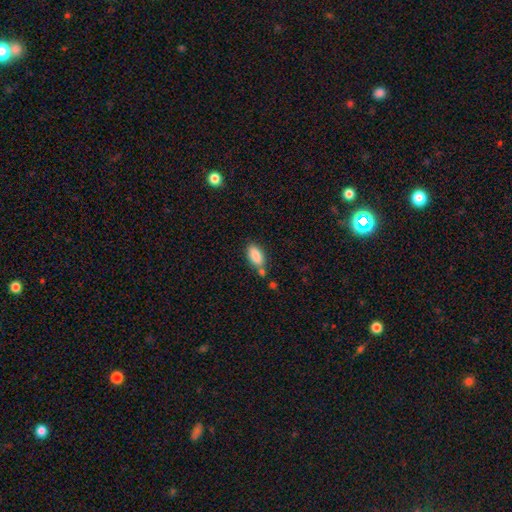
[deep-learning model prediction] Smooth or featured?
  - smooth: 87% *
  - star or artifact: 7%
  - featured or disk: 7%
How rounded?
  - in between: 90% *
  - cigar-shaped: 7%
  - round: 3%
Merging?
  - none: 63% *
  - minor disturbance: 17%
  - merger: 16%
  - major disturbance: 4%